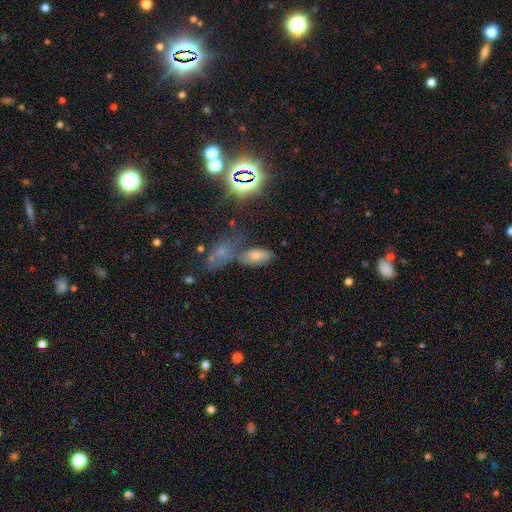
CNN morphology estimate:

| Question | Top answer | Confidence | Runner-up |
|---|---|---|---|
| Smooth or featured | smooth | 67% | star or artifact (17%) |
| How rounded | in between | 91% | cigar-shaped (5%) |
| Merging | none | 48% | merger (25%) |